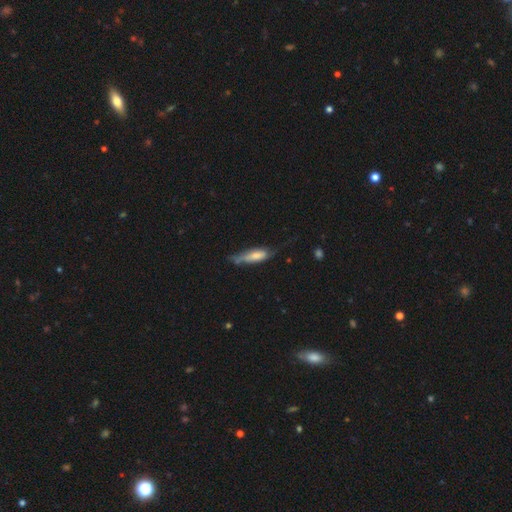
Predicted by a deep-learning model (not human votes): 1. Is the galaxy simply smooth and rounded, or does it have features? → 59% smooth, 34% featured or disk, 7% star or artifact.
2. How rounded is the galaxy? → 55% cigar-shaped, 43% in between, 2% round.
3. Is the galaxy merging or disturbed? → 38% none, 36% minor disturbance, 22% major disturbance, 5% merger.